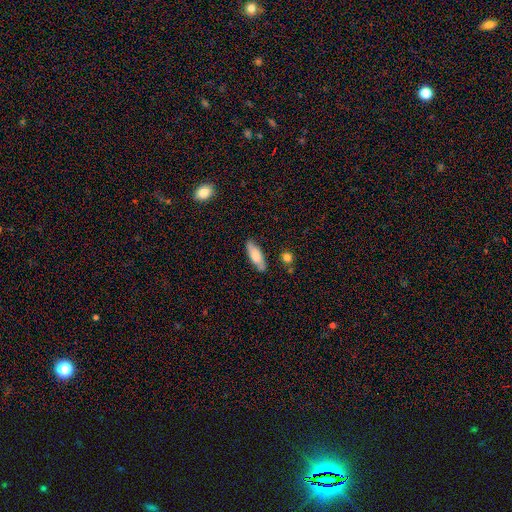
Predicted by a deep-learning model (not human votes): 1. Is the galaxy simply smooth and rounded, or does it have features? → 75% smooth, 19% featured or disk, 6% star or artifact.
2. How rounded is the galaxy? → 56% in between, 41% cigar-shaped, 2% round.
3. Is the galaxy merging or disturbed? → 83% none, 12% minor disturbance, 2% major disturbance, 2% merger.